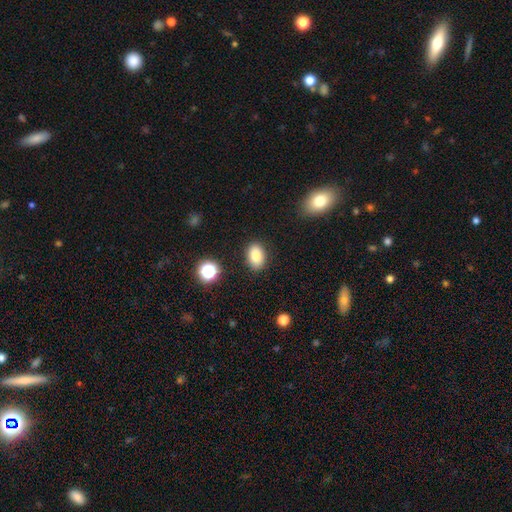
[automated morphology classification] Q: Smooth or featured?
A: smooth (83%); runner-up: star or artifact (10%)
Q: How rounded?
A: in between (82%); runner-up: round (17%)
Q: Merging?
A: none (86%); runner-up: minor disturbance (9%)